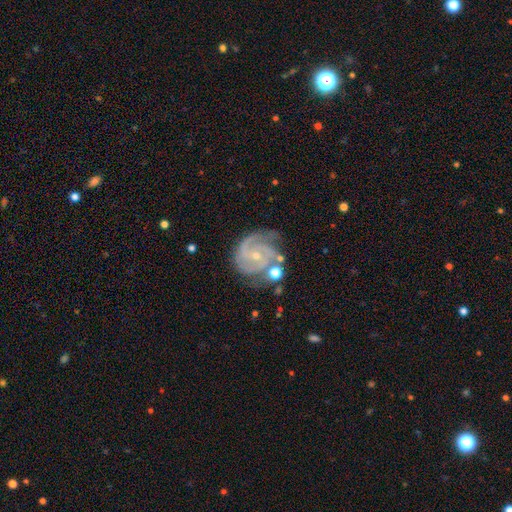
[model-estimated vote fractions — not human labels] Smooth or featured? featured or disk (89%)
Edge-on disk? no (98%)
Bar? no (58%)
Spiral arms? yes (98%)
Spiral winding? tight (54%)
Spiral arm count? 3 (41%)
Bulge size? small (75%)
Merging? none (62%)